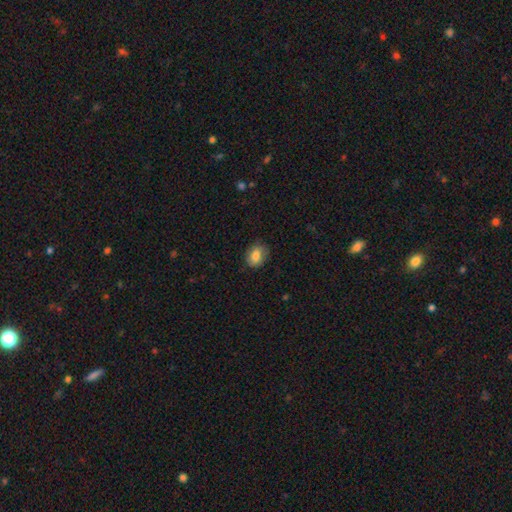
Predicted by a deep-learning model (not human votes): The model was most divided on "how rounded": in between: 75%, round: 23%, cigar-shaped: 2%. More confident: smooth or featured — smooth (80%); merging — none (76%).